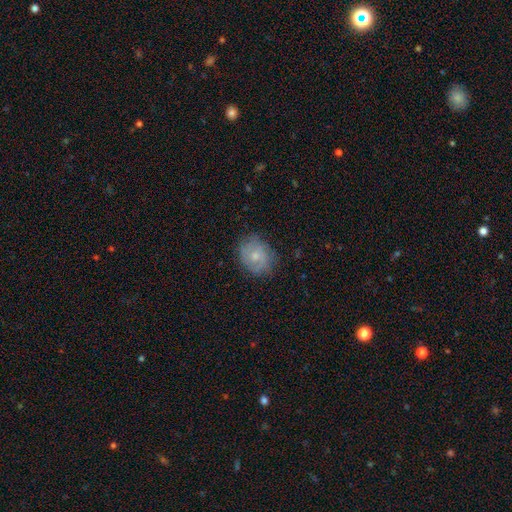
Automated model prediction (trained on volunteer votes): Smooth or featured? smooth (57%)
How rounded? round (53%)
Merging? none (76%)